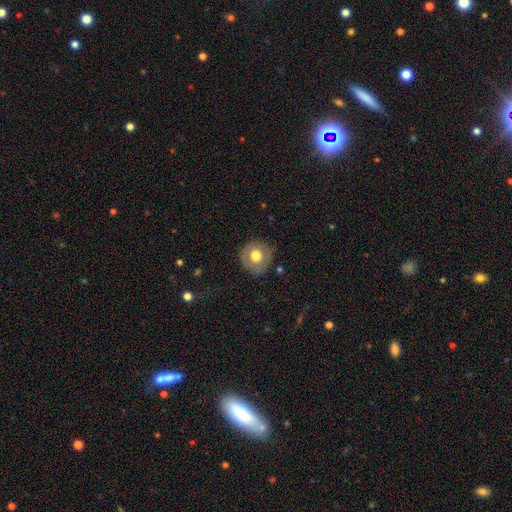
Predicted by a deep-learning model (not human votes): Q: Smooth or featured?
A: smooth (68%); runner-up: featured or disk (24%)
Q: How rounded?
A: round (91%); runner-up: in between (8%)
Q: Merging?
A: none (83%); runner-up: minor disturbance (12%)